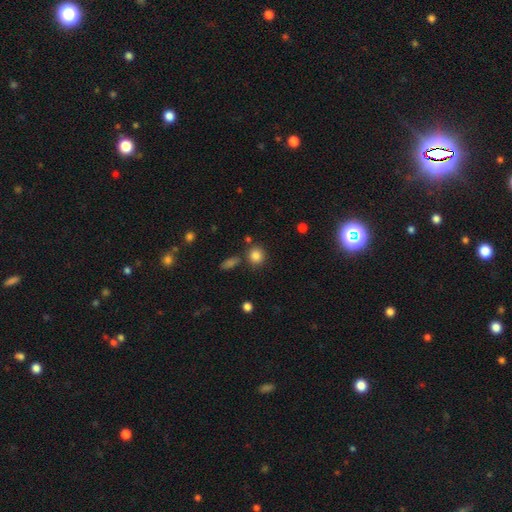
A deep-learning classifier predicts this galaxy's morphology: smooth 84%, star or artifact 11%, featured or disk 5%. Down the decision tree: how rounded — round (83%); merging — none (79%).